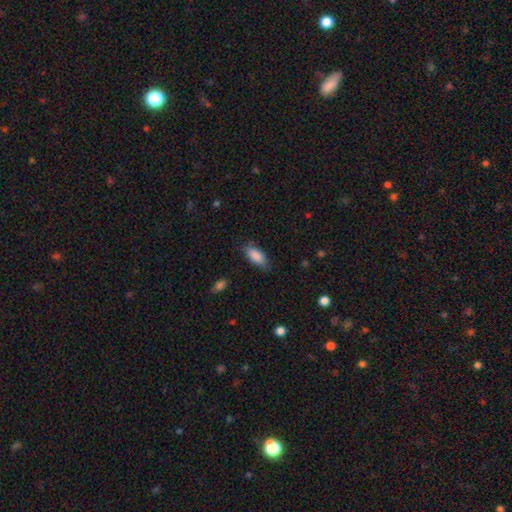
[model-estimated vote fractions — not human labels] Smooth or featured?
  - smooth: 87% *
  - star or artifact: 7%
  - featured or disk: 6%
How rounded?
  - in between: 85% *
  - cigar-shaped: 13%
  - round: 2%
Merging?
  - none: 77% *
  - minor disturbance: 18%
  - major disturbance: 4%
  - merger: 1%